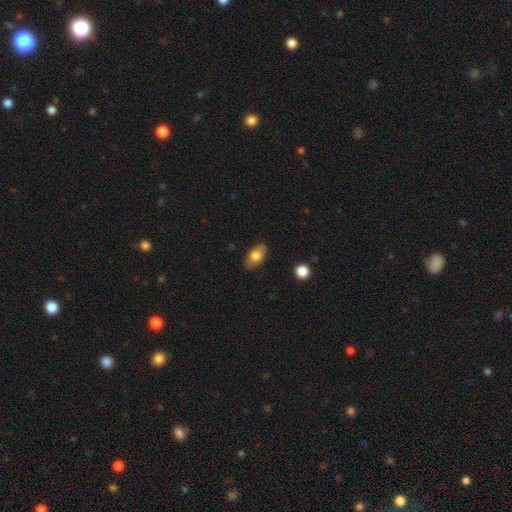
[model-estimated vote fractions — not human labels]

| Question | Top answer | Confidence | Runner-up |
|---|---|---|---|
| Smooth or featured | smooth | 75% | featured or disk (18%) |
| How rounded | in between | 91% | round (6%) |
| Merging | none | 84% | minor disturbance (12%) |